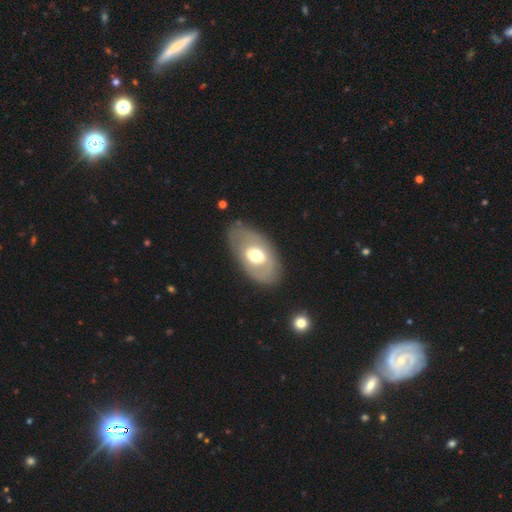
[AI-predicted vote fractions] A featured or disk galaxy (49%). Merging: none (78%).